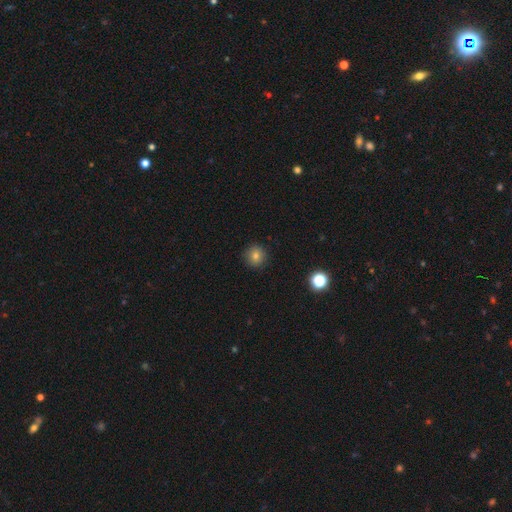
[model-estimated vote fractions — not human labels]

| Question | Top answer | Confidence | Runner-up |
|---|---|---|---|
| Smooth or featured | smooth | 78% | star or artifact (14%) |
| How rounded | round | 93% | in between (6%) |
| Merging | none | 91% | minor disturbance (6%) |